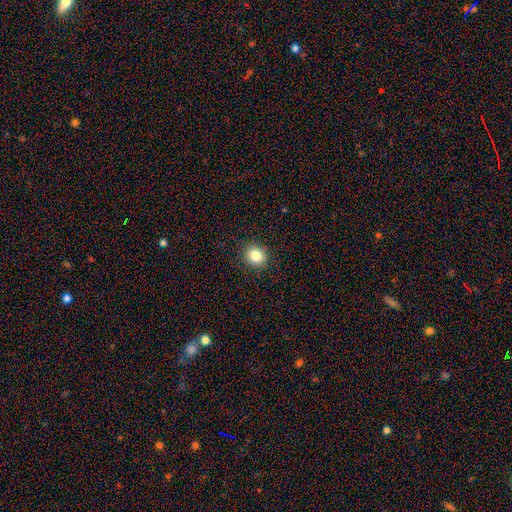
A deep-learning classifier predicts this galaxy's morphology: Q: Smooth or featured?
A: smooth (83%); runner-up: star or artifact (11%)
Q: How rounded?
A: round (82%); runner-up: in between (17%)
Q: Merging?
A: none (91%); runner-up: minor disturbance (6%)